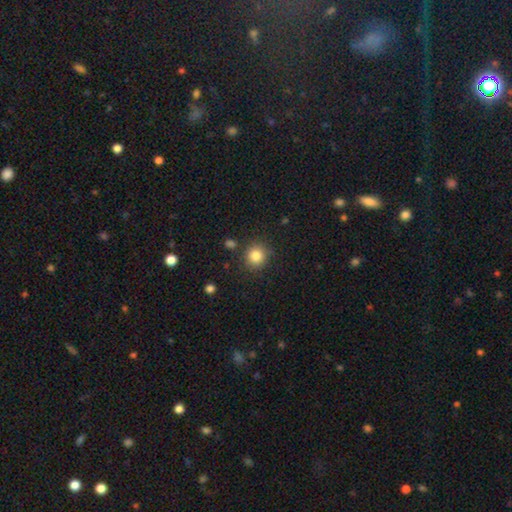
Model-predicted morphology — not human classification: A smooth galaxy with no disk features (83%) that is round (90%). Merging: none (86%).